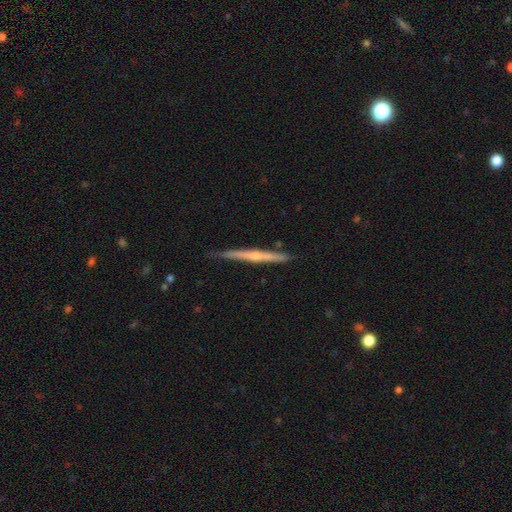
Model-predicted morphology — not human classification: Smooth or featured? featured or disk (66%)
Edge-on disk? yes (97%)
Edge-on bulge? rounded (64%)
Merging? none (82%)